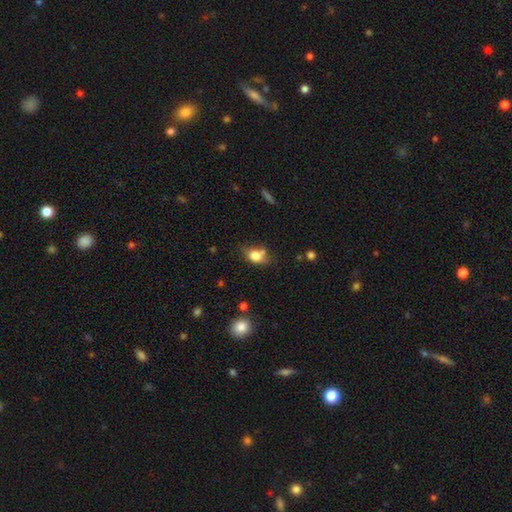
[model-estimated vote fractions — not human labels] This appears to be a smooth galaxy with no disk features (77%) that is in between round and cigar-shaped (68%). Merging: none (50%).